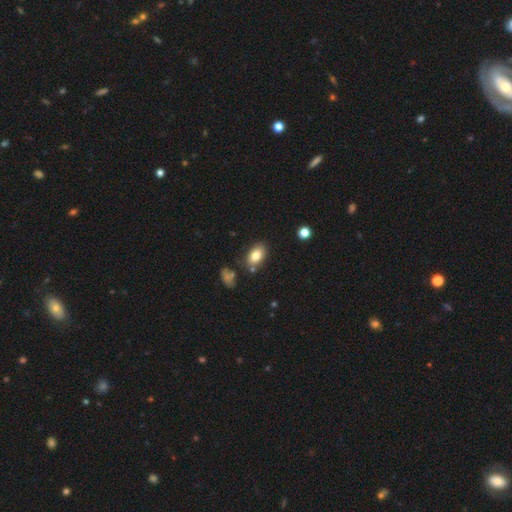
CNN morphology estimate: Q: Smooth or featured?
A: smooth (80%); runner-up: featured or disk (11%)
Q: How rounded?
A: in between (89%); runner-up: round (9%)
Q: Merging?
A: none (78%); runner-up: minor disturbance (13%)